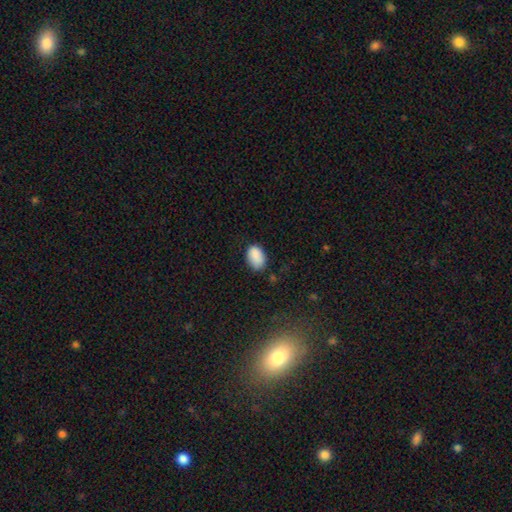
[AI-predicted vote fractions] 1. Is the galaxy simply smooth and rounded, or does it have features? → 88% smooth, 8% star or artifact, 4% featured or disk.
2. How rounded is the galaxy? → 87% in between, 12% round, 1% cigar-shaped.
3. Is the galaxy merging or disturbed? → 71% none, 22% minor disturbance, 5% major disturbance, 2% merger.